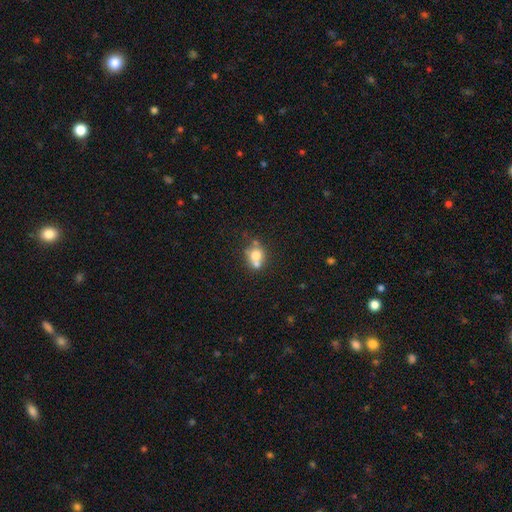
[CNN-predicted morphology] Q: Smooth or featured?
A: smooth (68%); runner-up: featured or disk (20%)
Q: How rounded?
A: round (73%); runner-up: in between (26%)
Q: Merging?
A: merger (44%); runner-up: none (42%)